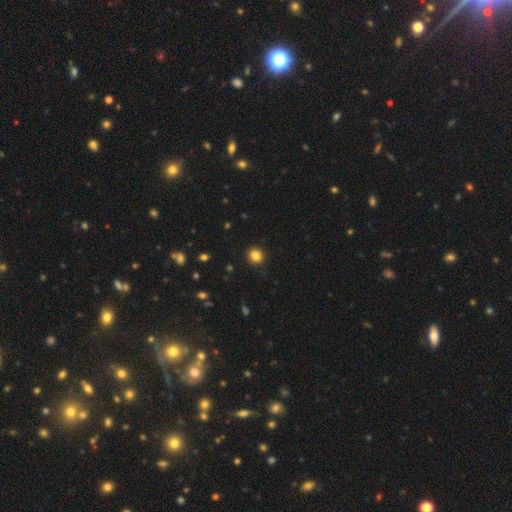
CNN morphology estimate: Smooth or featured? Predicted: smooth (p=0.84). How rounded? Predicted: round (p=0.92). Merging? Predicted: none (p=0.91).